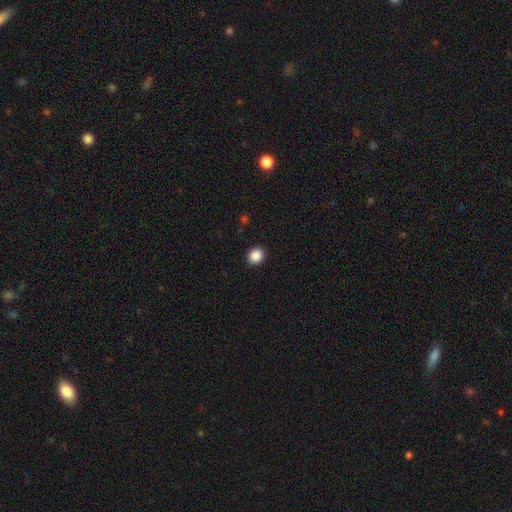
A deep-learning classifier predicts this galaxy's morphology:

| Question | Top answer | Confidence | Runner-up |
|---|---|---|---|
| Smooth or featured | smooth | 88% | star or artifact (9%) |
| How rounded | round | 77% | in between (22%) |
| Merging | none | 92% | minor disturbance (5%) |